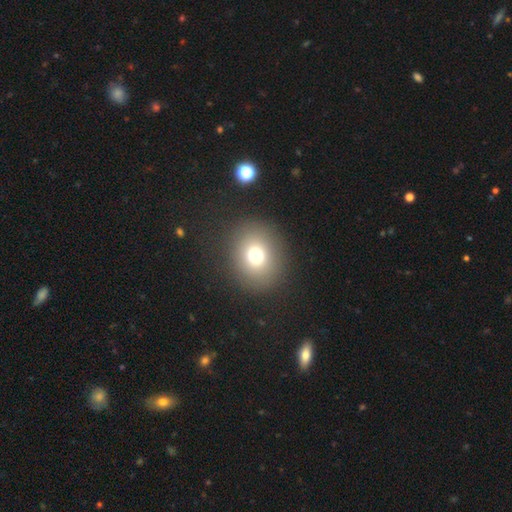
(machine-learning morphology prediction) smooth 73%, star or artifact 16%, featured or disk 11%. Down the decision tree: how rounded — round (75%); merging — none (88%).